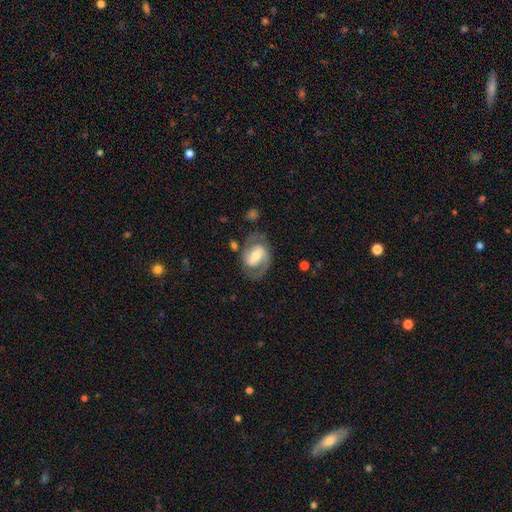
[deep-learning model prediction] Q: Smooth or featured?
A: featured or disk (74%); runner-up: smooth (20%)
Q: Edge-on disk?
A: no (96%); runner-up: yes (4%)
Q: Bar?
A: weak (41%); runner-up: strong (36%)
Q: Spiral arms?
A: yes (85%); runner-up: no (15%)
Q: Spiral winding?
A: medium (52%); runner-up: tight (30%)
Q: Spiral arm count?
A: 2 (84%); runner-up: can't tell (8%)
Q: Bulge size?
A: moderate (56%); runner-up: small (28%)
Q: Merging?
A: none (71%); runner-up: minor disturbance (16%)